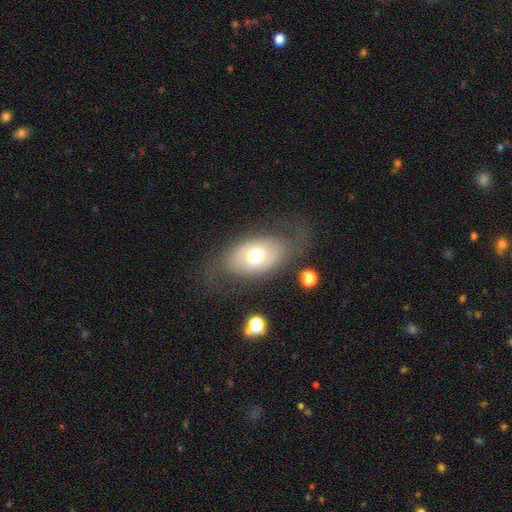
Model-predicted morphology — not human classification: Q: Smooth or featured?
A: smooth (57%); runner-up: featured or disk (34%)
Q: How rounded?
A: in between (86%); runner-up: round (12%)
Q: Merging?
A: none (67%); runner-up: minor disturbance (17%)